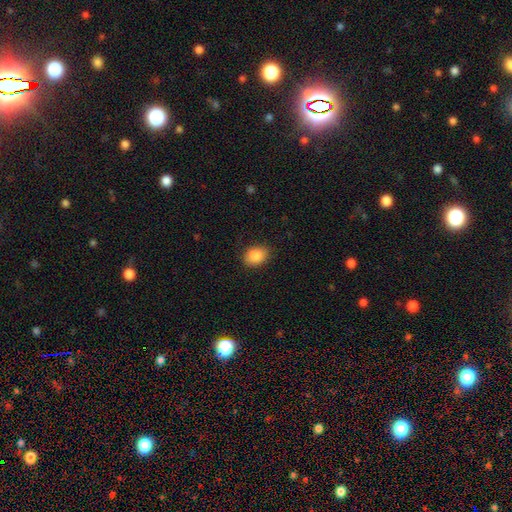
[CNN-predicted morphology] A smooth galaxy with no disk features (88%) that is in between round and cigar-shaped (67%). Merging: none (85%).